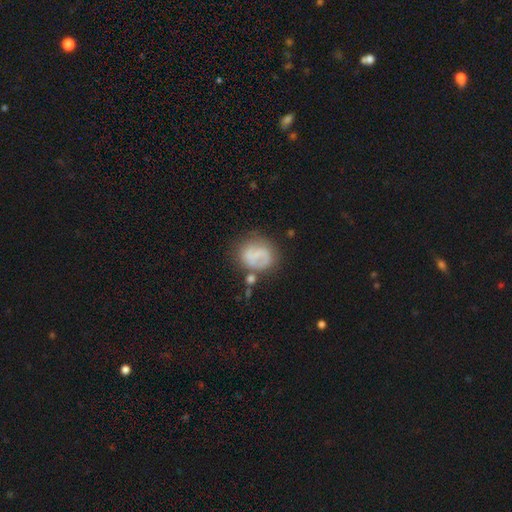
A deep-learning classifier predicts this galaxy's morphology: Q: Smooth or featured?
A: featured or disk (45%); tied with: smooth (45%)
Q: Merging?
A: none (51%); runner-up: minor disturbance (22%)